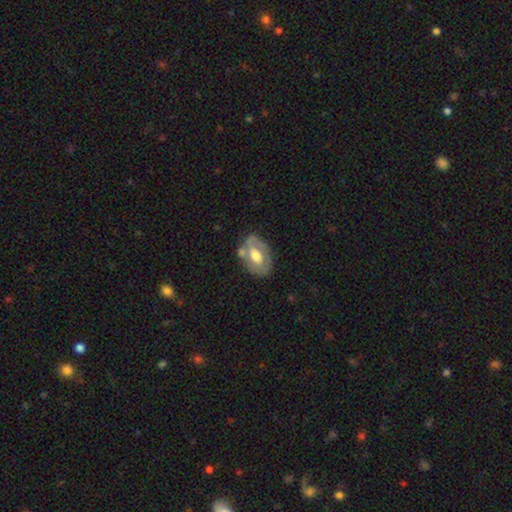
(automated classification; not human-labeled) Smooth or featured? featured or disk (58%)
Edge-on disk? no (93%)
Bar? no (56%)
Spiral arms? no (58%)
Bulge size? moderate (67%)
Merging? none (55%)